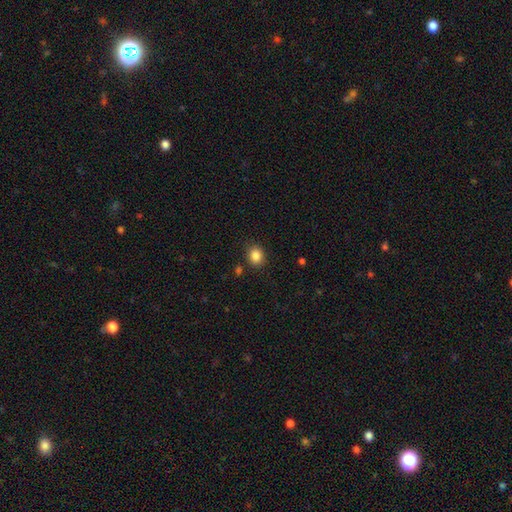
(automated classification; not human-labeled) Smooth or featured: smooth — 85% (star or artifact — 10%)
How rounded: round — 63% (in between — 37%)
Merging: none — 85% (minor disturbance — 10%)